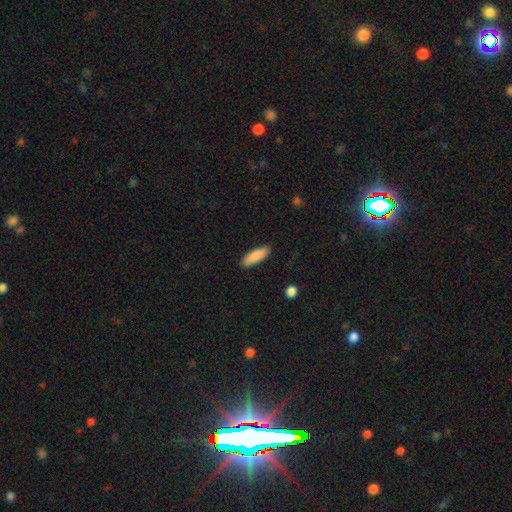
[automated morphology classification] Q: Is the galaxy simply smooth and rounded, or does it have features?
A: smooth — 88%.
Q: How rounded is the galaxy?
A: cigar-shaped — 50%.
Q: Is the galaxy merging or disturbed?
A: none — 88%.